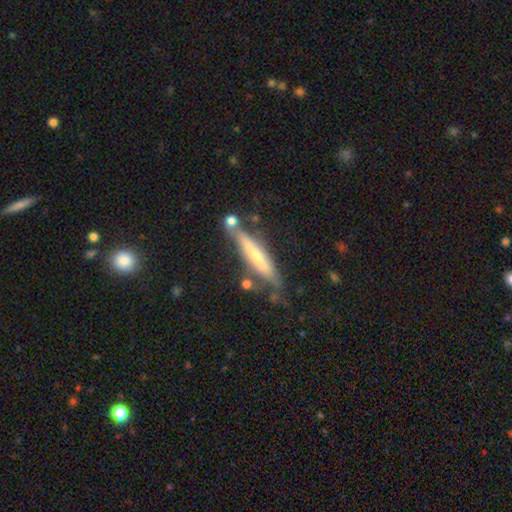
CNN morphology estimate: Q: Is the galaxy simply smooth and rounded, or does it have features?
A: smooth — 47%.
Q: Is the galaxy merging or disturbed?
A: none — 64%.